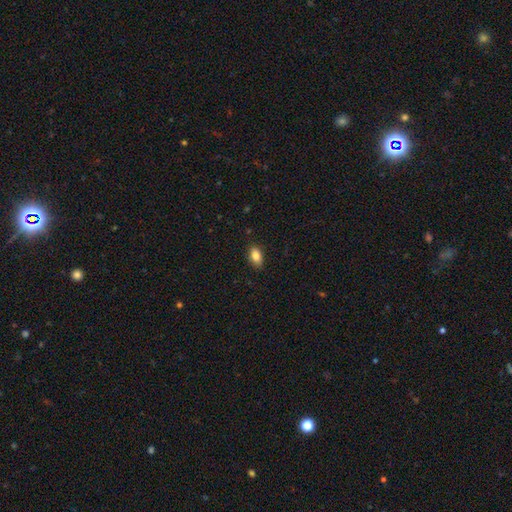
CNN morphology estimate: type=smooth (85%); roundness=in between (90%); merging=none (86%).